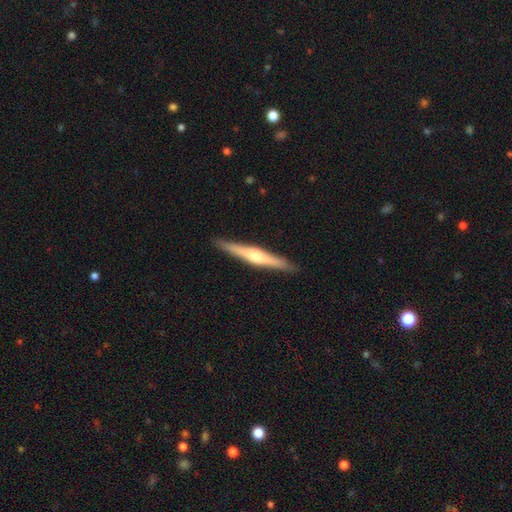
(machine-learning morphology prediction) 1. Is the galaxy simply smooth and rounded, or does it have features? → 66% featured or disk, 29% smooth, 5% star or artifact.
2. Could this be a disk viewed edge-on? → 97% yes, 3% no.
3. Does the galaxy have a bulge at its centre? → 85% rounded, 10% none, 5% boxy.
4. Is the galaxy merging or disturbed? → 91% none, 7% minor disturbance, 1% major disturbance, 1% merger.